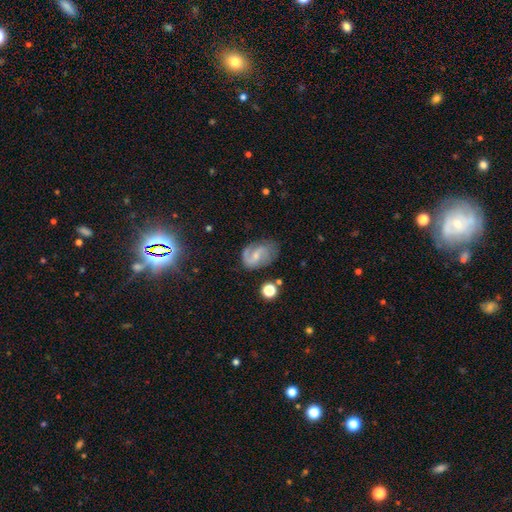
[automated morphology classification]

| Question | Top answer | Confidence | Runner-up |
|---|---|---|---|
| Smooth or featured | featured or disk | 72% | smooth (20%) |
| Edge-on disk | no | 97% | yes (3%) |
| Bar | weak | 51% | no (36%) |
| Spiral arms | yes | 91% | no (9%) |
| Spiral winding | medium | 47% | loose (32%) |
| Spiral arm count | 2 | 64% | 1 (24%) |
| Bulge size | small | 54% | moderate (32%) |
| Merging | none | 59% | minor disturbance (24%) |